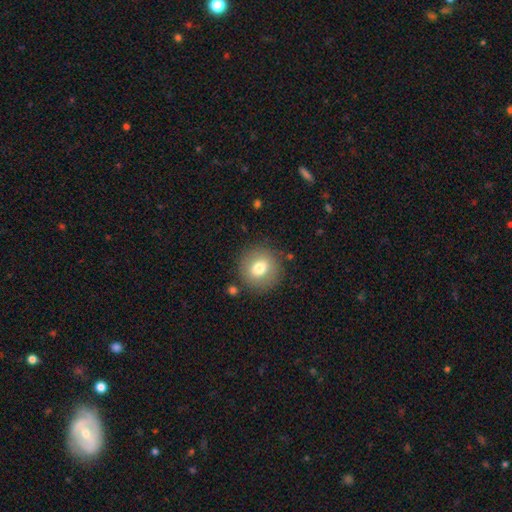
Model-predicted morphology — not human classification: smooth 60%, star or artifact 21%, featured or disk 18%. Down the decision tree: how rounded — round (93%); merging — none (87%).